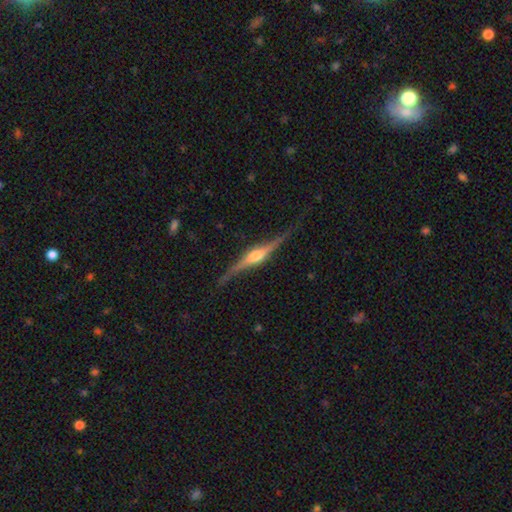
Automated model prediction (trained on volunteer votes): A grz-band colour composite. It shows a featured or disk galaxy (86%) viewed edge-on (97%) with a rounded central bulge (88%). Merging: none (83%).